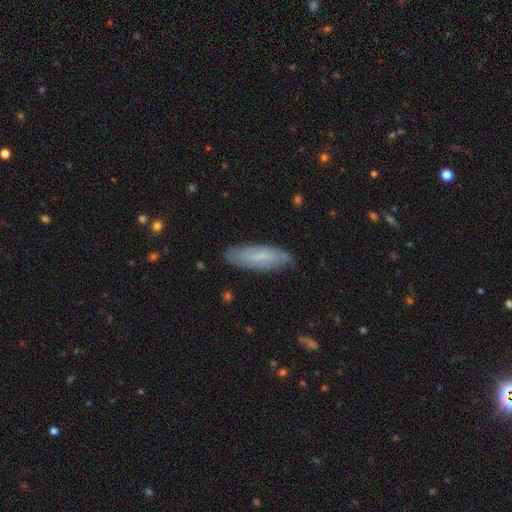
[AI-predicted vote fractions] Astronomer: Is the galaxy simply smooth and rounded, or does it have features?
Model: smooth — 56% (runner-up: featured or disk, 31%).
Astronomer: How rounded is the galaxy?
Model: in between — 53% (runner-up: cigar-shaped, 45%).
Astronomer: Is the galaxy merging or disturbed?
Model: none — 85%.